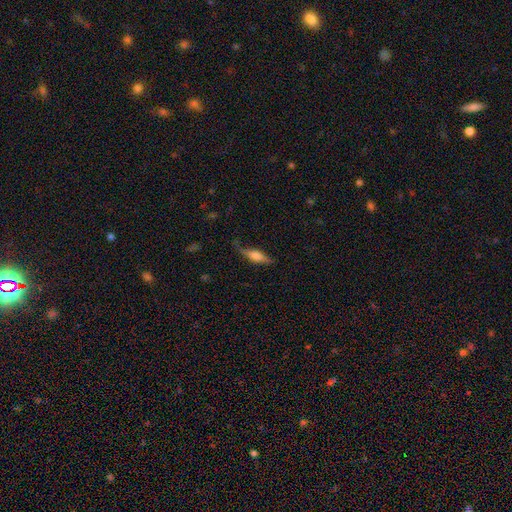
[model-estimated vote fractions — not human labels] smooth 48%, featured or disk 45%, star or artifact 7%. Down the decision tree: merging — none (67%).